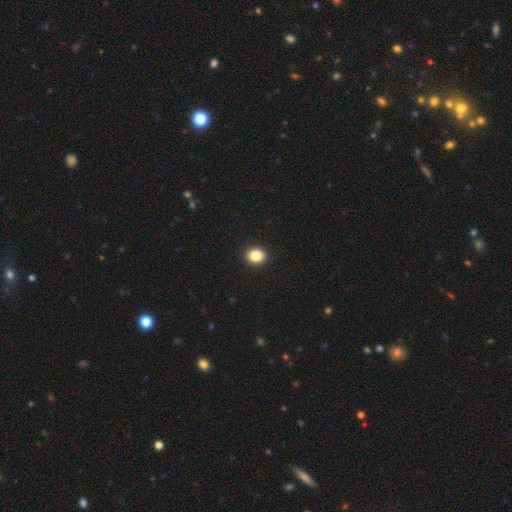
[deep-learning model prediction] A smooth galaxy with no disk features (85%) that is round (67%). Merging: none (93%).